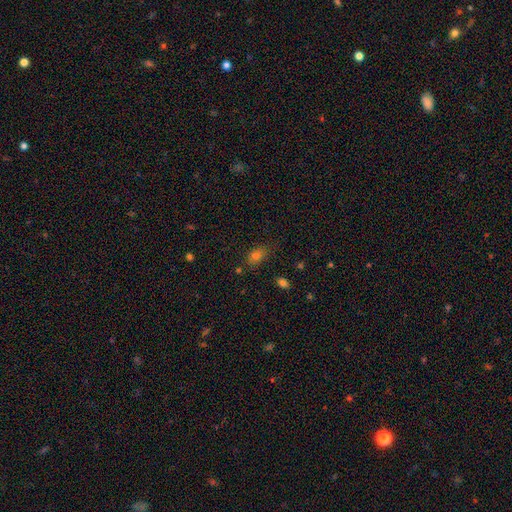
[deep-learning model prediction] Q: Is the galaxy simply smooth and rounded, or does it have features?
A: smooth — 72%.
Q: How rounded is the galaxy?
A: in between — 76%.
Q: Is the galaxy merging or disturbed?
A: none — 72%.